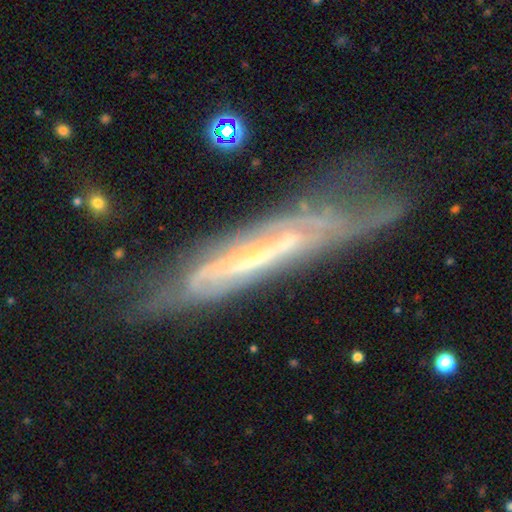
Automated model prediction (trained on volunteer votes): smooth_or_featured: featured or disk (p=0.78) [alt: smooth p=0.14]
disk_edge_on: yes (p=0.55) [alt: no p=0.45]
merging: none (p=0.50) [alt: minor disturbance p=0.26]